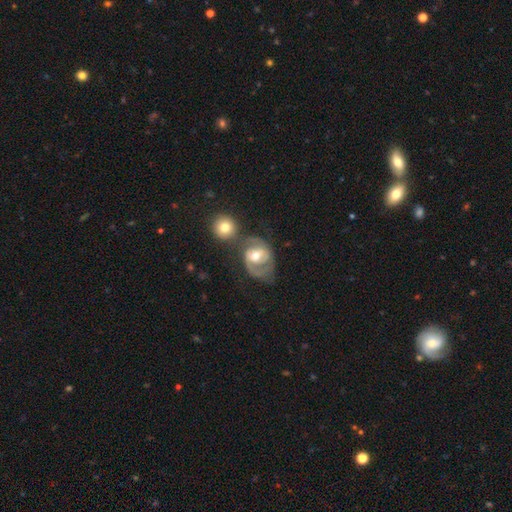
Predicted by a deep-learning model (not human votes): Smooth or featured? Predicted: smooth (p=0.44). Merging? Predicted: none (p=0.51).